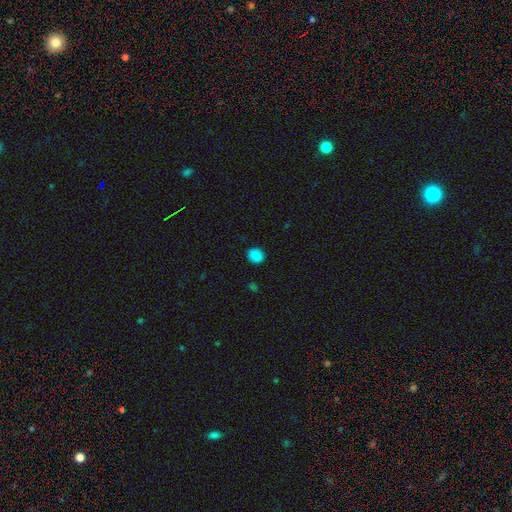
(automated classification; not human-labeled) Smooth or featured: smooth — 85% (star or artifact — 13%)
How rounded: round — 77% (in between — 22%)
Merging: none — 88% (minor disturbance — 9%)